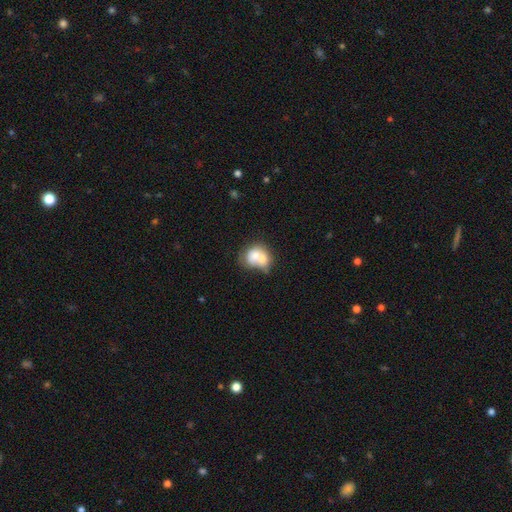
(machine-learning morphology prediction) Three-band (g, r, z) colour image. It shows a smooth galaxy with no disk features (63%) that is round (60%). Merging: merger (68%).